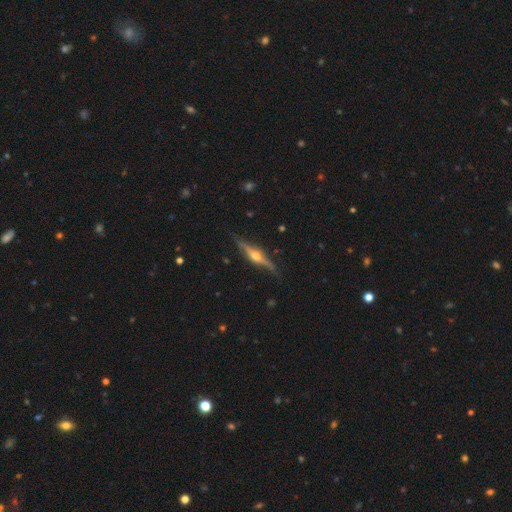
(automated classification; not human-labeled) Morphology: type=featured or disk (80%); edge-on=yes (97%); edge-on bulge=rounded (94%); merging=none (85%).